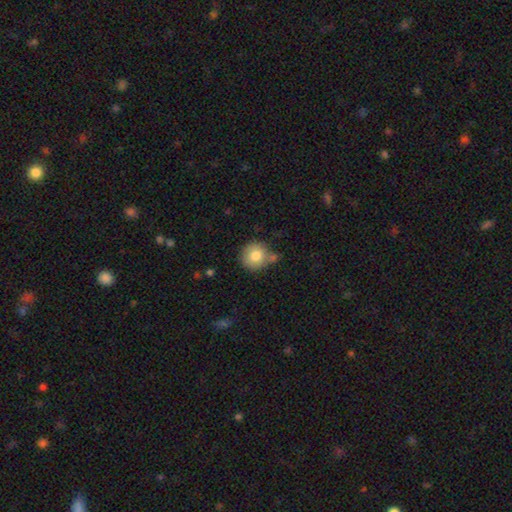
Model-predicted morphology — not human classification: smooth 80%, featured or disk 11%, star or artifact 9%. Down the decision tree: how rounded — round (90%); merging — none (66%).